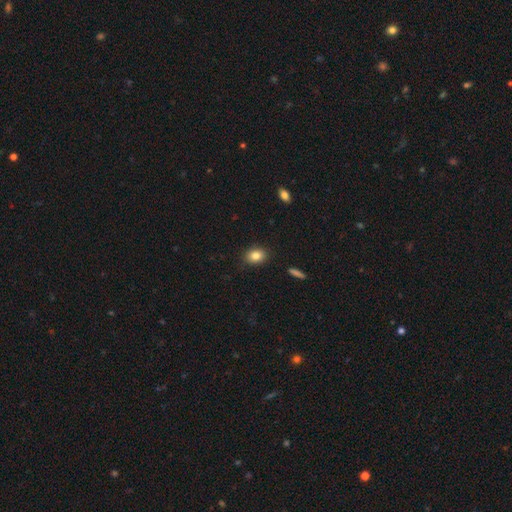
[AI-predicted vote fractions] smooth-or-featured: smooth: 83% | star or artifact: 9% | featured or disk: 7%
  how-rounded: in between: 67% | round: 31% | cigar-shaped: 1%
  merging: none: 86% | minor disturbance: 10% | major disturbance: 2% | merger: 1%